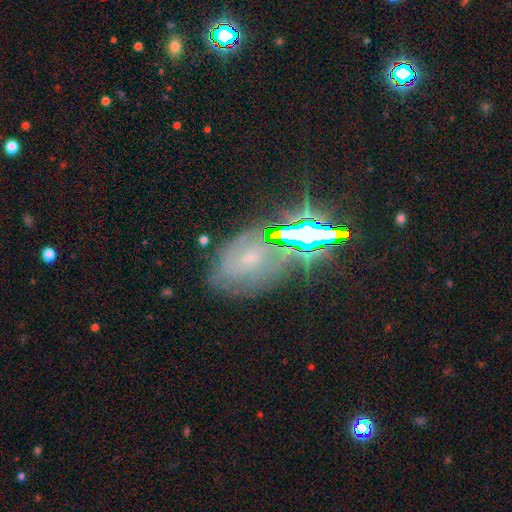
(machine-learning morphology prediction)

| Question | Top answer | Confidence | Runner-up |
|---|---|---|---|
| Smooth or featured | featured or disk | 57% | star or artifact (27%) |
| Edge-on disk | no | 86% | yes (14%) |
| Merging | none | 53% | merger (23%) |